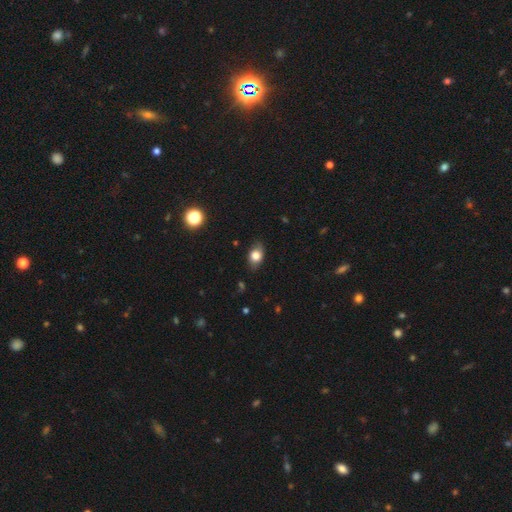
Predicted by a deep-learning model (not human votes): smooth_or_featured: smooth (p=0.77) [alt: featured or disk p=0.14]
how_rounded: in between (p=0.79) [alt: round p=0.19]
merging: none (p=0.78) [alt: minor disturbance p=0.17]